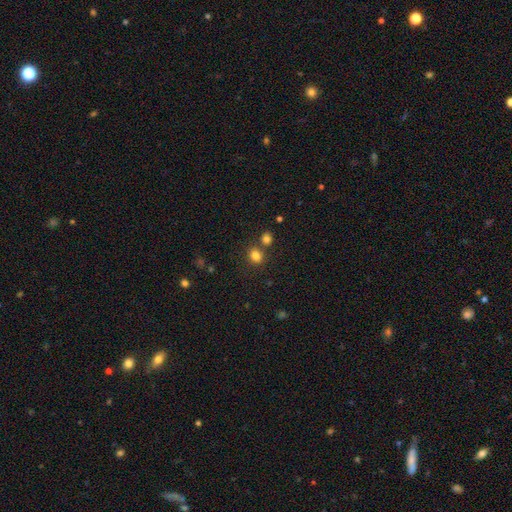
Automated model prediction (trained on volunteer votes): smooth-or-featured: smooth: 81% | star or artifact: 14% | featured or disk: 6%
  how-rounded: round: 68% | in between: 31% | cigar-shaped: 1%
  merging: none: 70% | merger: 18% | minor disturbance: 9% | major disturbance: 3%